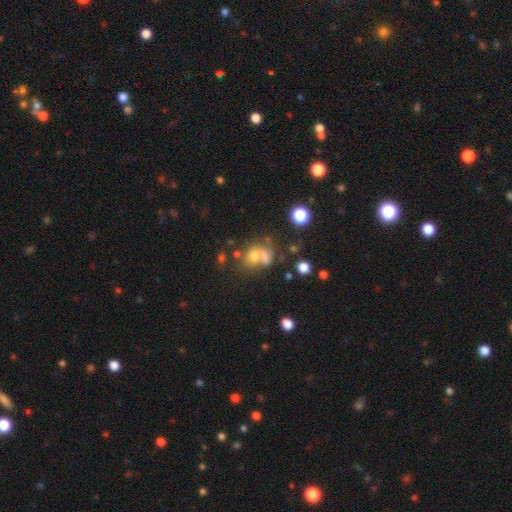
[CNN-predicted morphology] Smooth or featured? Predicted: smooth (p=0.58). How rounded? Predicted: round (p=0.56). Merging? Predicted: merger (p=0.44).